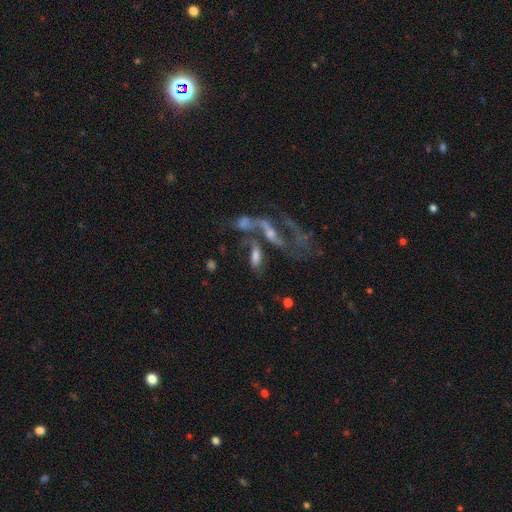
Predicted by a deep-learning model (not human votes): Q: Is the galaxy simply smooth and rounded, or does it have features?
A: featured or disk — 48%.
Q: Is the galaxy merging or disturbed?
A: merger — 50%.